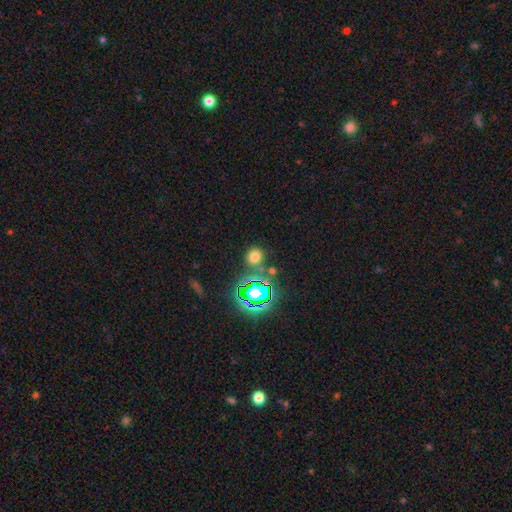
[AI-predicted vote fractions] Q: Smooth or featured?
A: smooth (66%); runner-up: star or artifact (27%)
Q: How rounded?
A: round (84%); runner-up: in between (15%)
Q: Merging?
A: none (78%); runner-up: minor disturbance (9%)